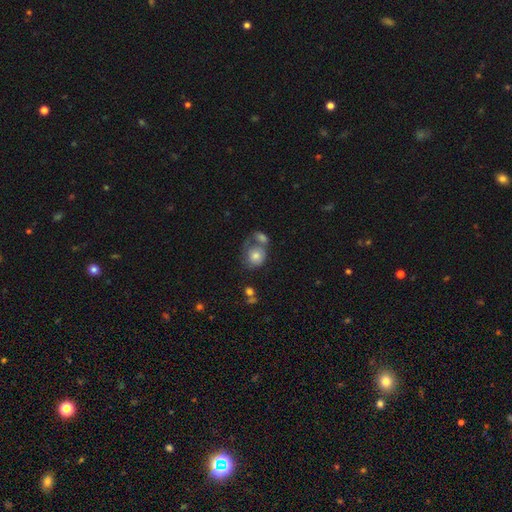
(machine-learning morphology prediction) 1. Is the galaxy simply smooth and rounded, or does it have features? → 69% smooth, 22% featured or disk, 8% star or artifact.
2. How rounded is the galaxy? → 72% round, 27% in between, 1% cigar-shaped.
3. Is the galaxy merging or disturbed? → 41% merger, 31% none, 15% minor disturbance, 13% major disturbance.